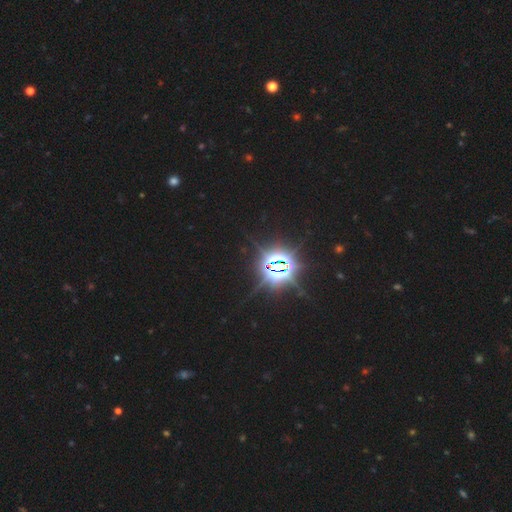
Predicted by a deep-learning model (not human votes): Smooth or featured? star or artifact (84%)